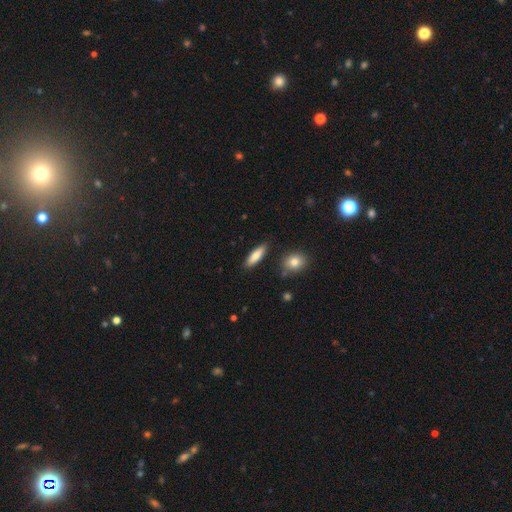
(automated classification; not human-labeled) smooth-or-featured: smooth: 80% | featured or disk: 14% | star or artifact: 6%
  how-rounded: cigar-shaped: 55% | in between: 43% | round: 2%
  merging: none: 86% | minor disturbance: 9% | merger: 3% | major disturbance: 2%